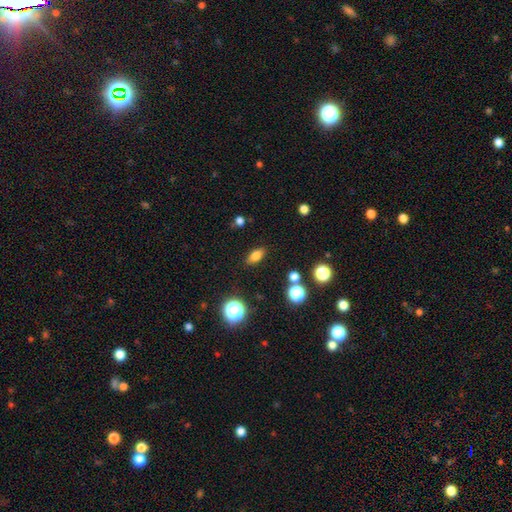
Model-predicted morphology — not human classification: type=smooth (78%); roundness=in between (81%); merging=none (87%).